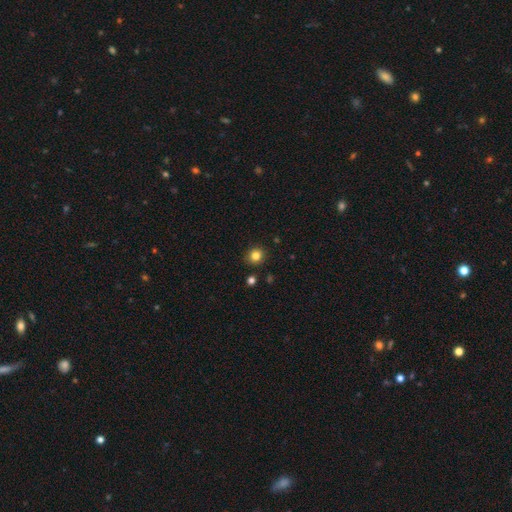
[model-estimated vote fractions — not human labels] This is clearly a smooth galaxy (82%). How rounded: clearly round (87%). Merging: clearly none (90%).